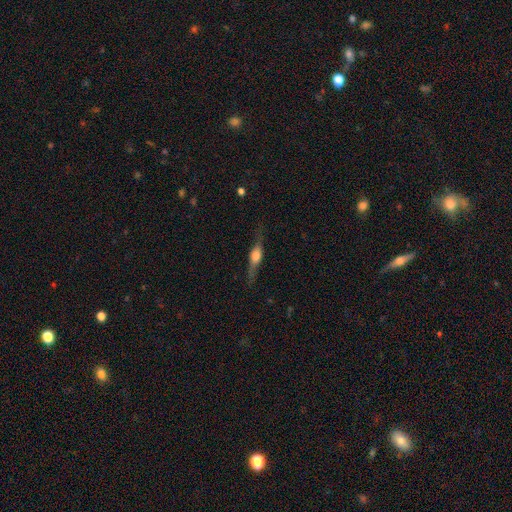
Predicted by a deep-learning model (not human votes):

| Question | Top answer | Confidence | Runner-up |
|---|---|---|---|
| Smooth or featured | featured or disk | 63% | smooth (31%) |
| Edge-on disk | yes | 92% | no (8%) |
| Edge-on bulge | rounded | 88% | boxy (9%) |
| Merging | none | 77% | minor disturbance (16%) |